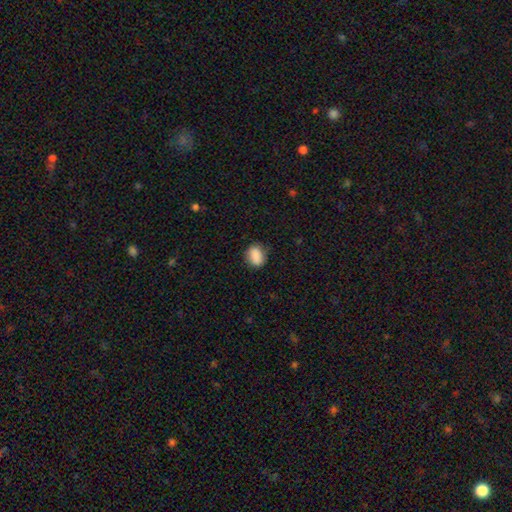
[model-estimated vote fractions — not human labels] Smooth or featured?
  - smooth: 88% *
  - star or artifact: 8%
  - featured or disk: 4%
How rounded?
  - in between: 72% *
  - round: 27%
  - cigar-shaped: 2%
Merging?
  - none: 81% *
  - minor disturbance: 15%
  - major disturbance: 3%
  - merger: 1%